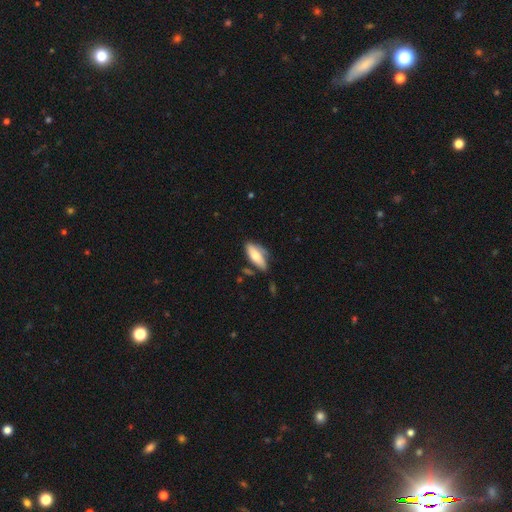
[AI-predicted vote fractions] Overall: smooth (70%). How rounded: in between (70%). Merging: none (62%; minor disturbance 25%).